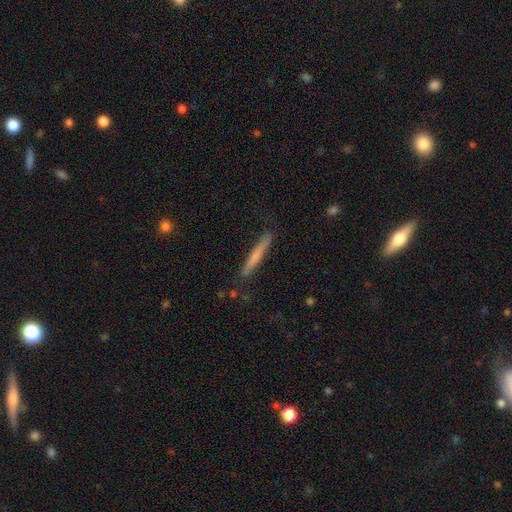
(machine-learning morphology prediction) Smooth or featured? Predicted: smooth (p=0.56). How rounded? Predicted: cigar-shaped (p=0.96). Merging? Predicted: none (p=0.86).